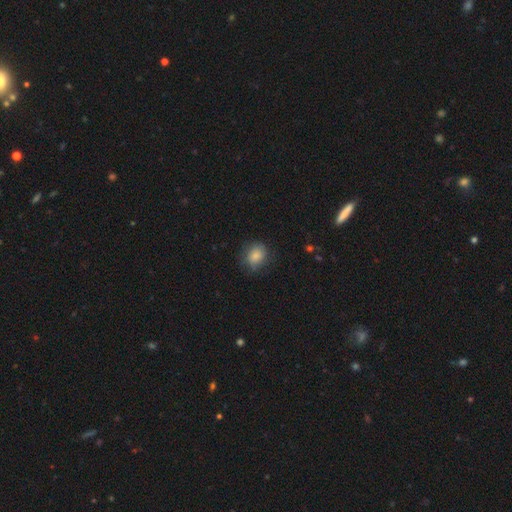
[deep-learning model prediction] This appears to be a smooth galaxy with no disk features (82%) that is round (64%). Merging: none (72%).